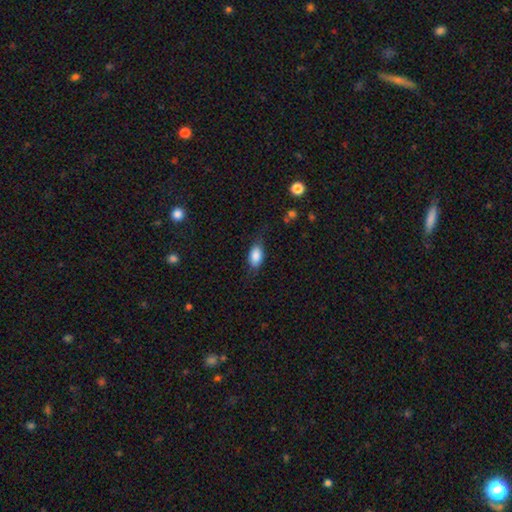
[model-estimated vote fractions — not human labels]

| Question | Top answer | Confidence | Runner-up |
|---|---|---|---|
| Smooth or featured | smooth | 85% | featured or disk (8%) |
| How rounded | in between | 89% | round (6%) |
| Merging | none | 67% | minor disturbance (23%) |